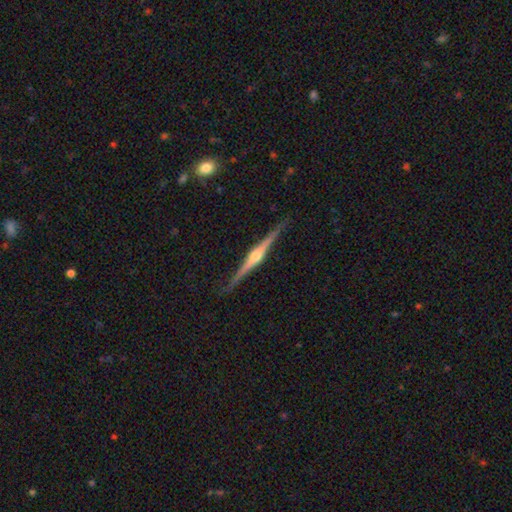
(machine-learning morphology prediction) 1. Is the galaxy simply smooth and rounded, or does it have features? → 85% featured or disk, 10% smooth, 5% star or artifact.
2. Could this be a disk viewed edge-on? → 98% yes, 2% no.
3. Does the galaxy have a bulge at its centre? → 90% rounded, 5% boxy, 4% none.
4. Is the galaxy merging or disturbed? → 88% none, 9% minor disturbance, 2% major disturbance, 1% merger.